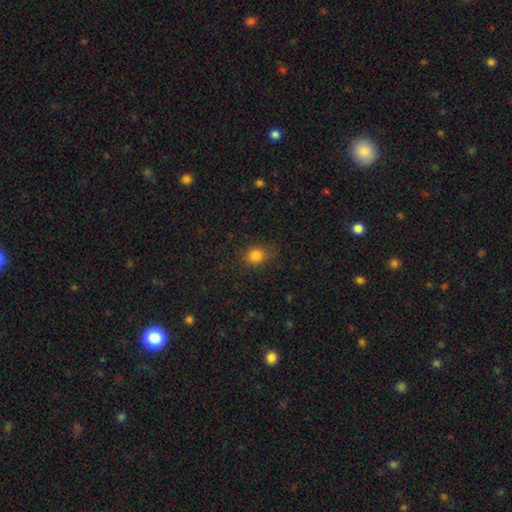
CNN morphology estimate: The model was most divided on "how rounded": round: 59%, in between: 39%, cigar-shaped: 1%. More confident: smooth or featured — smooth (82%); merging — none (80%).